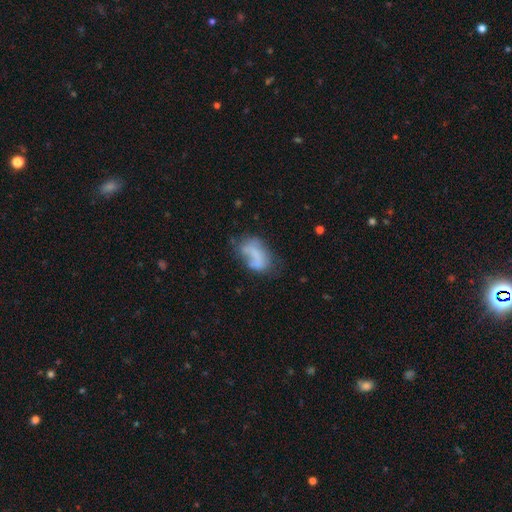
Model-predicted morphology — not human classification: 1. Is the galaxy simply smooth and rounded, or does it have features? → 50% smooth, 40% featured or disk, 10% star or artifact.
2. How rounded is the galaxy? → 87% in between, 10% round, 3% cigar-shaped.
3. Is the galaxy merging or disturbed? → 36% none, 28% minor disturbance, 27% major disturbance, 9% merger.